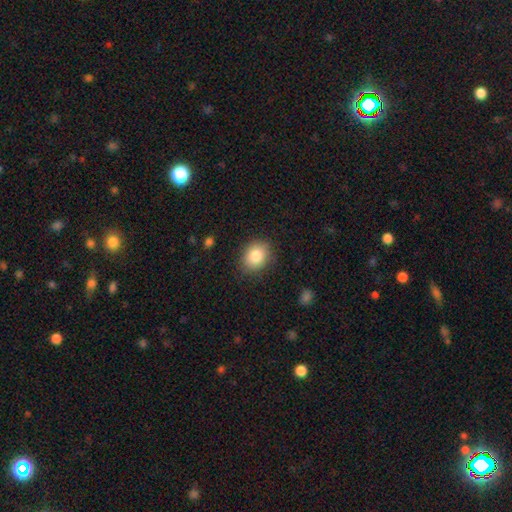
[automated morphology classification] type=smooth (84%); roundness=round (50%); merging=none (85%).